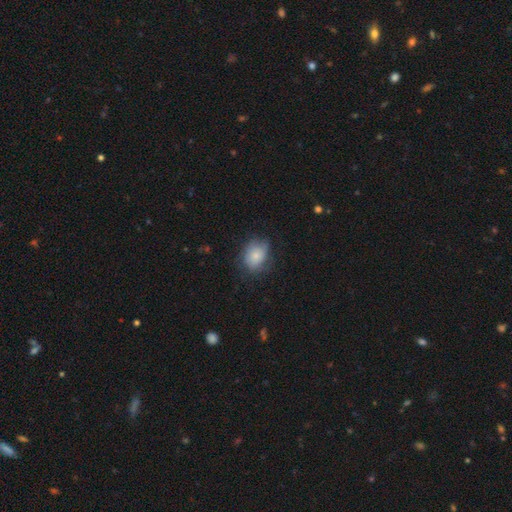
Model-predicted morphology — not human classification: smooth 78%, featured or disk 14%, star or artifact 8%. Down the decision tree: how rounded — in between (60%); merging — none (63%).